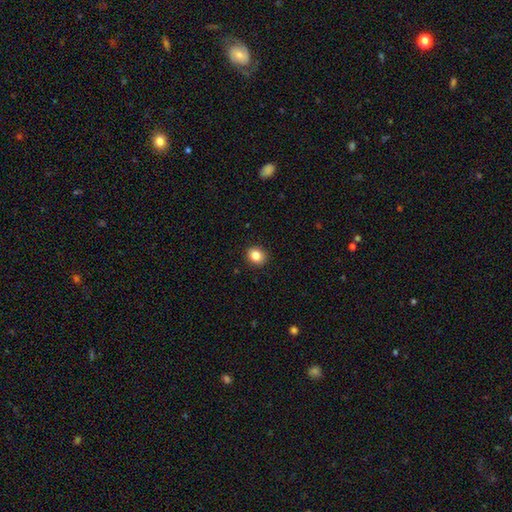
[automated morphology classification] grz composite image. It shows a smooth galaxy with no disk features (84%) that is round (67%). Merging: none (91%).